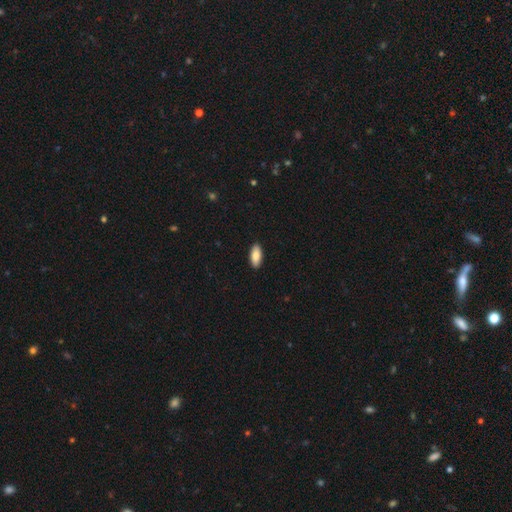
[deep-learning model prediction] Overall: smooth (86%). How rounded: in between (85%). Merging: none (91%).